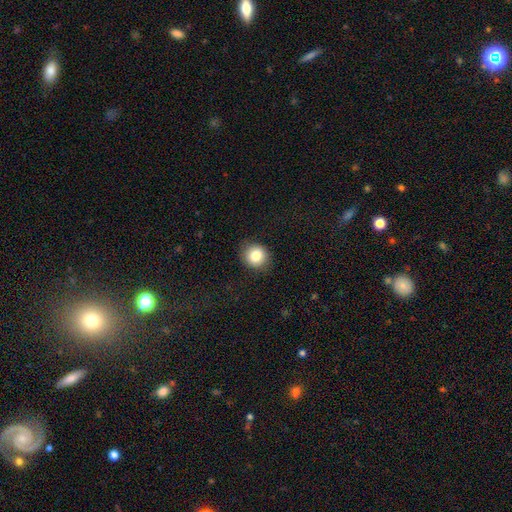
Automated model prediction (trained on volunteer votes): smooth-or-featured: smooth: 83% | star or artifact: 10% | featured or disk: 7%
  how-rounded: round: 86% | in between: 13% | cigar-shaped: 1%
  merging: none: 88% | minor disturbance: 9% | major disturbance: 3% | merger: 1%